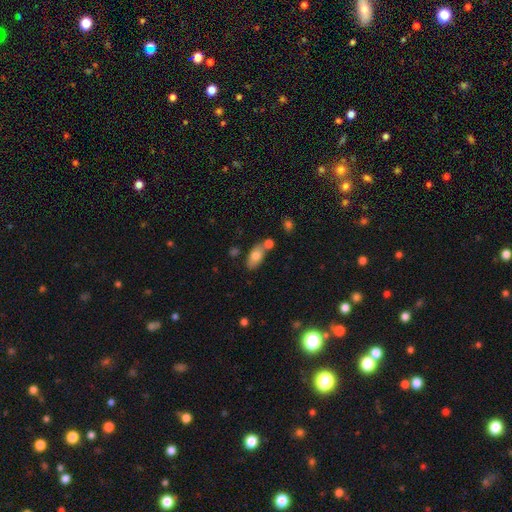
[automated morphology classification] This is likely a smooth galaxy (74%). How rounded: clearly in between (89%). Merging: possibly none (58%).